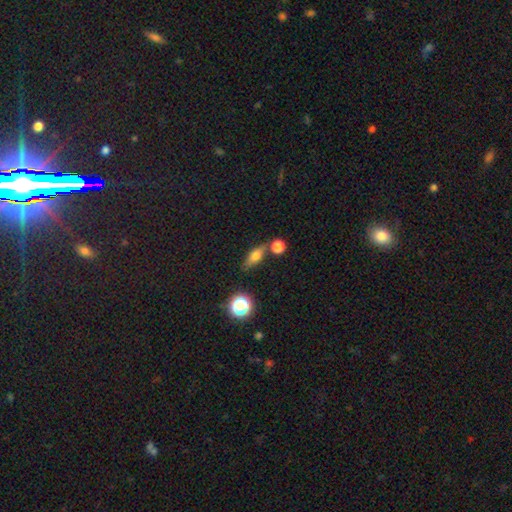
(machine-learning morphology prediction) Smooth or featured? smooth (61%)
How rounded? in between (58%)
Merging? none (66%)